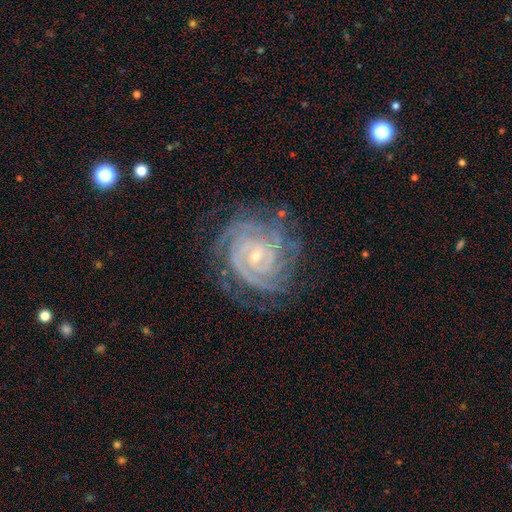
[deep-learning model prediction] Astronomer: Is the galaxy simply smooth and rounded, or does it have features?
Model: featured or disk — 91%.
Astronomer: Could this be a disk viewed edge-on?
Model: no — 98%.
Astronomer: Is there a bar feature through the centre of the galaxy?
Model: no — 67%.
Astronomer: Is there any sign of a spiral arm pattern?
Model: yes — 98%.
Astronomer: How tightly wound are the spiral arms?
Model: tight — 85%.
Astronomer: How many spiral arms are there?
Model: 3 — 24% (runner-up: 4, 22%).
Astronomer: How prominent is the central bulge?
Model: small — 76%.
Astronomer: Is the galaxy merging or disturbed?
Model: none — 76%.